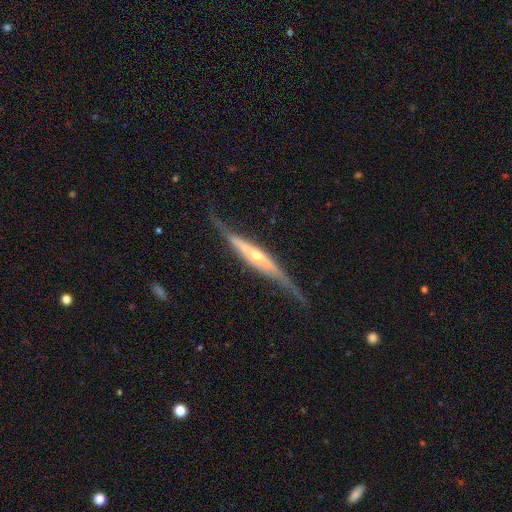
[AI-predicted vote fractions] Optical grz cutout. It shows a featured or disk galaxy (81%) viewed edge-on (89%) with a rounded central bulge (80%). Merging: none (69%).